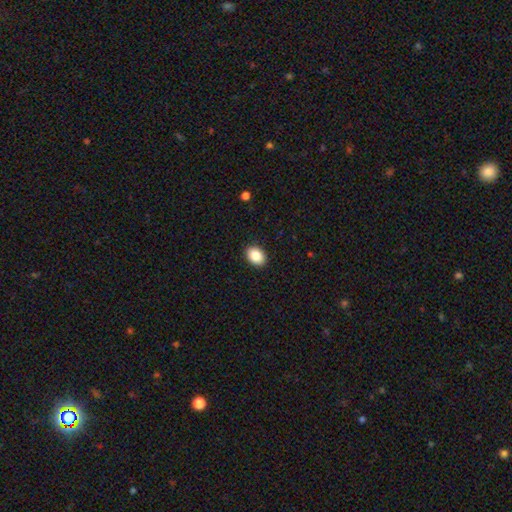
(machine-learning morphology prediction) Overall: smooth (87%). How rounded: in between (74%). Merging: none (91%).